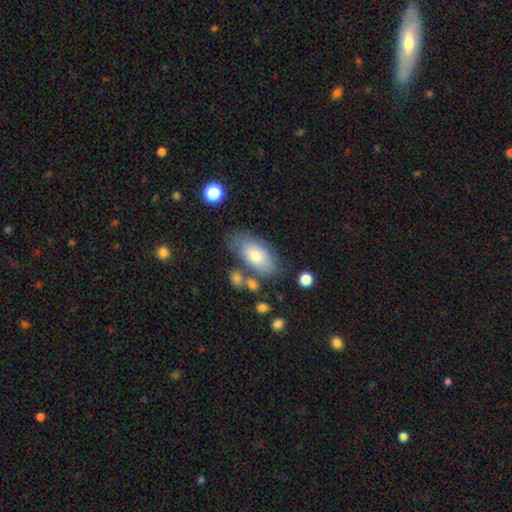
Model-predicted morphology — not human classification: This appears to be a smooth galaxy with no disk features (73%) that is in between round and cigar-shaped (92%). Merging: none (61%).